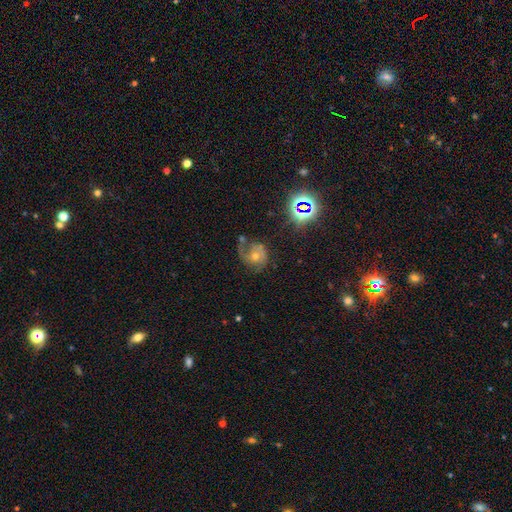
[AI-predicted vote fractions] smooth_or_featured: featured or disk (p=0.63) [alt: star or artifact p=0.20]
disk_edge_on: no (p=0.97) [alt: yes p=0.03]
bar: no (p=0.77) [alt: weak p=0.18]
has_spiral_arms: yes (p=0.87) [alt: no p=0.13]
spiral_winding: medium (p=0.42) [alt: tight p=0.34]
spiral_arm_count: 1 (p=0.41) [alt: 2 p=0.34]
bulge_size: moderate (p=0.62) [alt: small p=0.30]
merging: none (p=0.50) [alt: major disturbance p=0.23]